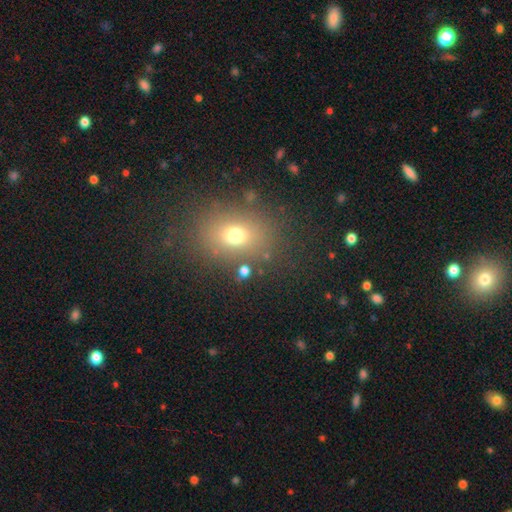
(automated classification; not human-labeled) Smooth or featured? smooth (60%)
How rounded? in between (56%)
Merging? none (84%)